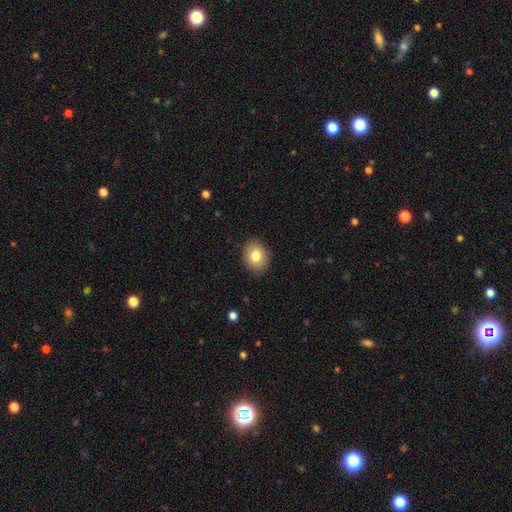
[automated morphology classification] Smooth or featured?
  - smooth: 81% *
  - featured or disk: 11%
  - star or artifact: 8%
How rounded?
  - in between: 51% *
  - round: 49%
  - cigar-shaped: 1%
Merging?
  - none: 89% *
  - minor disturbance: 8%
  - major disturbance: 2%
  - merger: 1%